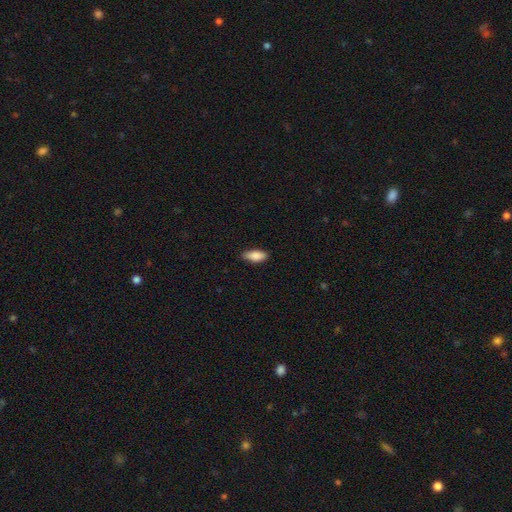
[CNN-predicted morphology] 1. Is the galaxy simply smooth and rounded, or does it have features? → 88% smooth, 6% star or artifact, 6% featured or disk.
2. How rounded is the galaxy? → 82% in between, 16% cigar-shaped, 2% round.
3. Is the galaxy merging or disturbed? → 82% none, 14% minor disturbance, 2% major disturbance, 1% merger.